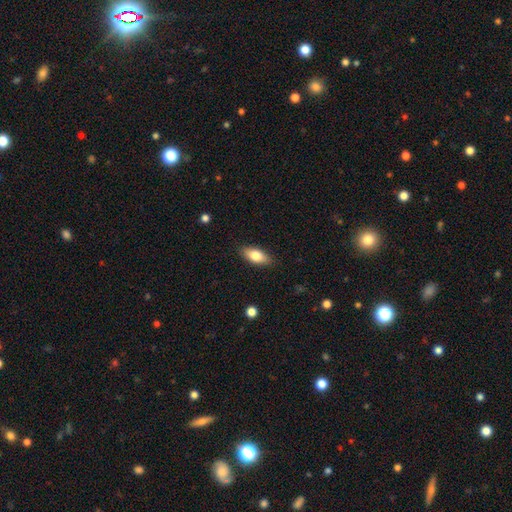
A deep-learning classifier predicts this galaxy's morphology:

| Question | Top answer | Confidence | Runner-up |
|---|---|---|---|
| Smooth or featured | smooth | 78% | featured or disk (15%) |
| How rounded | in between | 85% | cigar-shaped (12%) |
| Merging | none | 87% | minor disturbance (10%) |